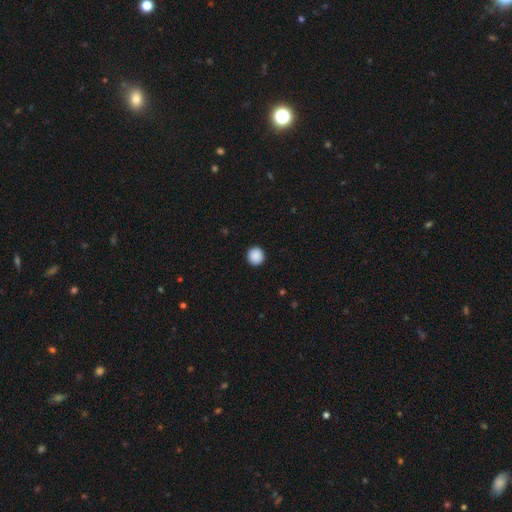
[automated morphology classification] This is clearly a smooth galaxy (90%). How rounded: clearly round (94%). Merging: clearly none (93%).